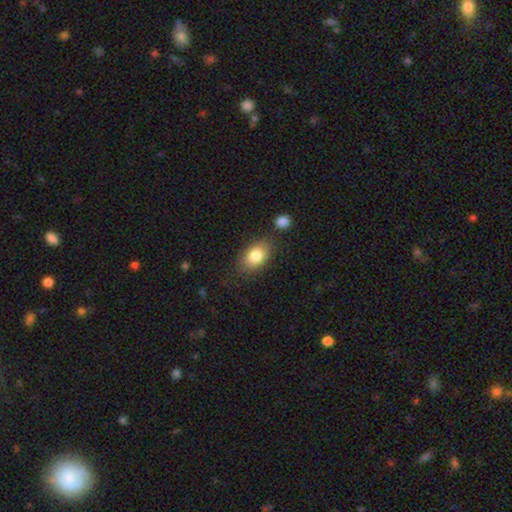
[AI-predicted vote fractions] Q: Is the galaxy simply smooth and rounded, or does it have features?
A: smooth — 82%.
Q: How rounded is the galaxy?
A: in between — 83%.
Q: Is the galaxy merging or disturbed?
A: none — 76%.